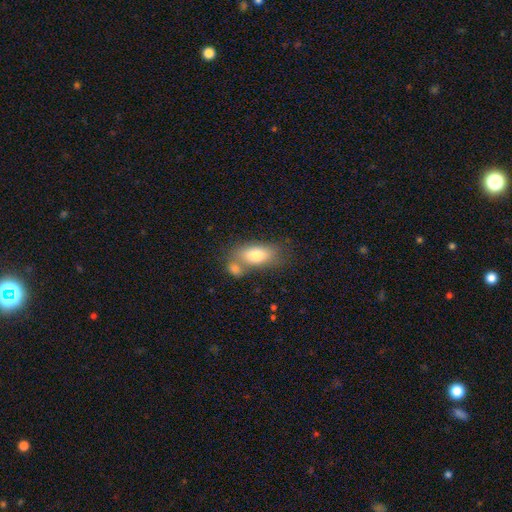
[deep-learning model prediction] The model was most divided on "merging": none: 47%, merger: 33%, minor disturbance: 15%, major disturbance: 5%. More confident: how rounded — in between (86%); smooth or featured — smooth (75%).